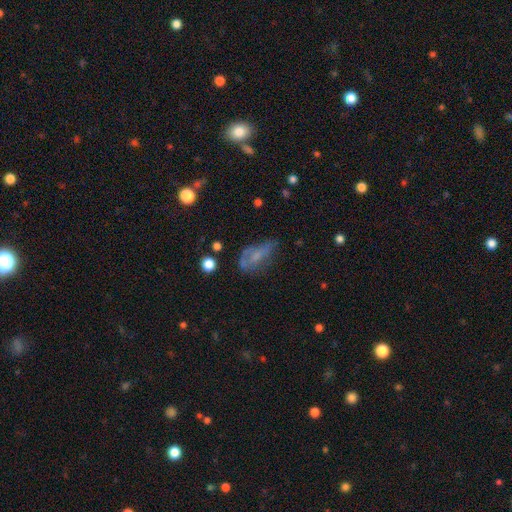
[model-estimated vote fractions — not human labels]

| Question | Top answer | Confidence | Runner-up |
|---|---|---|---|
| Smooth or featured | smooth | 48% | featured or disk (37%) |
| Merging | none | 43% | minor disturbance (28%) |